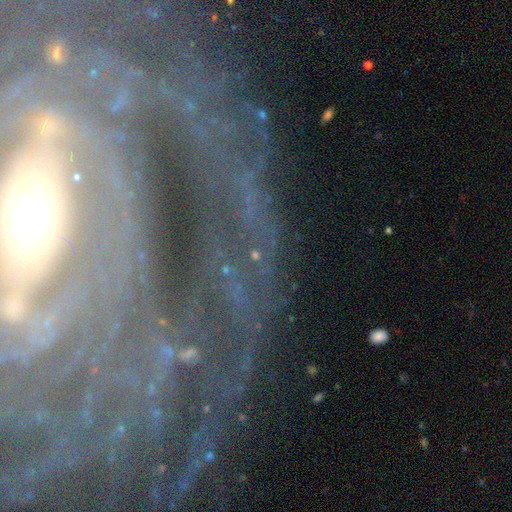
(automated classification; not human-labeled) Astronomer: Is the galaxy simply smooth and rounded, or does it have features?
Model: featured or disk — 59%.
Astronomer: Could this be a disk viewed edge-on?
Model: no — 82%.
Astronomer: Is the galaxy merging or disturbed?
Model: none — 73%.